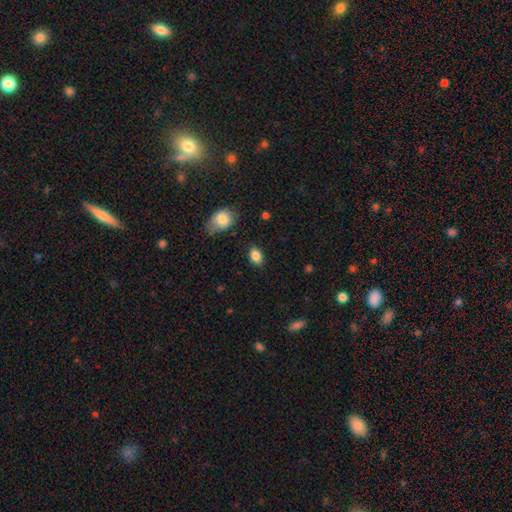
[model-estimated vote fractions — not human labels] The model was most divided on "how rounded": in between: 80%, round: 19%, cigar-shaped: 1%. More confident: smooth or featured — smooth (86%); merging — none (84%).